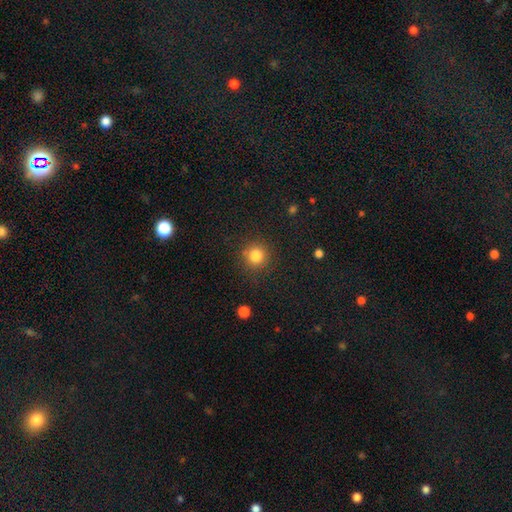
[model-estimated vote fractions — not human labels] This is clearly a smooth galaxy (82%). How rounded: clearly round (94%). Merging: clearly none (87%).